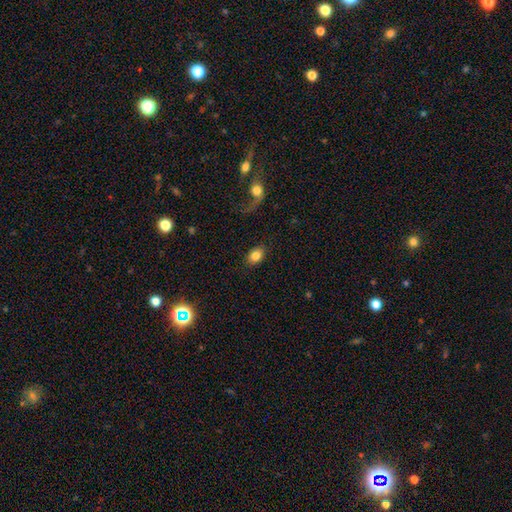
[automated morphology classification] A smooth galaxy with no disk features (82%) that is in between round and cigar-shaped (78%).

Vote fractions:
- Smooth or featured? smooth: 82% / featured or disk: 10% / star or artifact: 8%
- How rounded? in between: 78% / round: 21% / cigar-shaped: 1%
- Merging? none: 85% / minor disturbance: 9% / major disturbance: 4% / merger: 2%